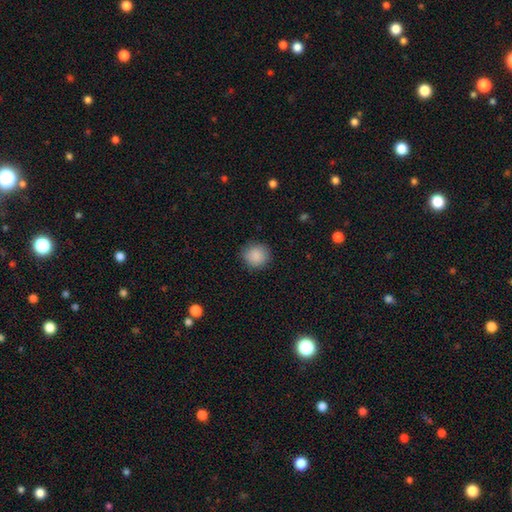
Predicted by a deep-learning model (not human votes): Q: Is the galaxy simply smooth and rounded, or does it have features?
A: smooth — 88%.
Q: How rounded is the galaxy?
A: round — 92%.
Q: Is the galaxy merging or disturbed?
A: none — 88%.